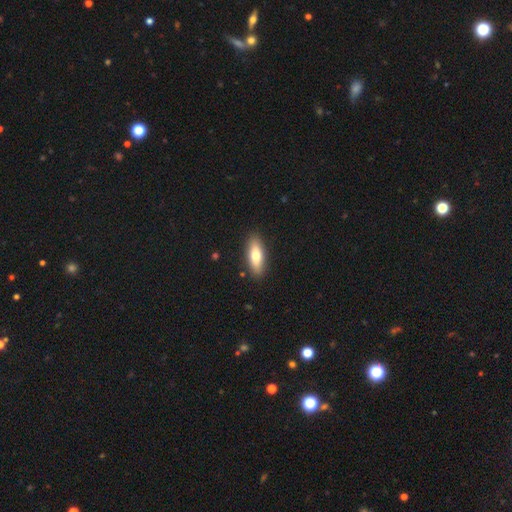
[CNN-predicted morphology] Smooth or featured: smooth — 73% (featured or disk — 21%)
How rounded: in between — 66% (cigar-shaped — 32%)
Merging: none — 89% (minor disturbance — 8%)